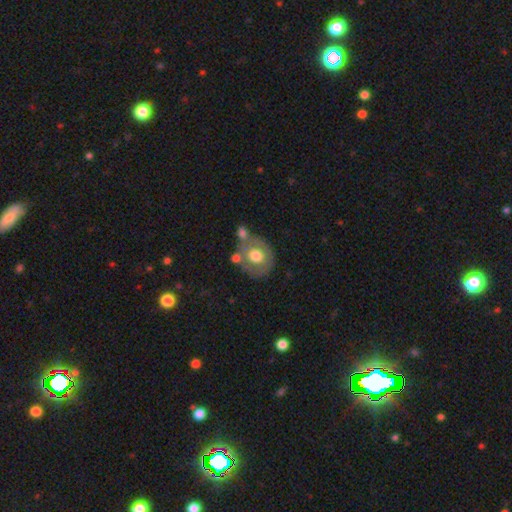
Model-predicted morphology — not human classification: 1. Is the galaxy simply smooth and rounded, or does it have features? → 51% smooth, 42% featured or disk, 7% star or artifact.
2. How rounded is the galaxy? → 74% round, 25% in between, 1% cigar-shaped.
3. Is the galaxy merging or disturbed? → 49% none, 24% merger, 18% minor disturbance, 9% major disturbance.